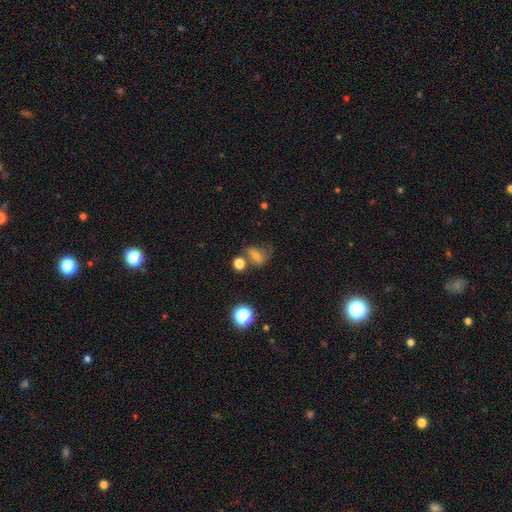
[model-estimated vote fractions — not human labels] Q: Smooth or featured?
A: smooth (57%); runner-up: featured or disk (24%)
Q: How rounded?
A: in between (57%); runner-up: round (39%)
Q: Merging?
A: none (41%); runner-up: minor disturbance (22%)